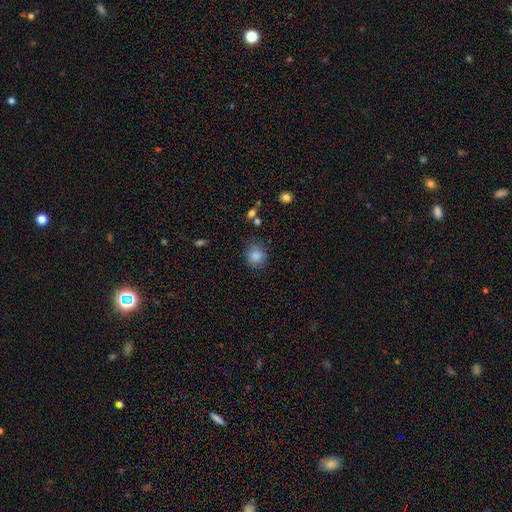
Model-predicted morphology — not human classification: Smooth or featured? smooth (85%)
How rounded? round (80%)
Merging? none (80%)